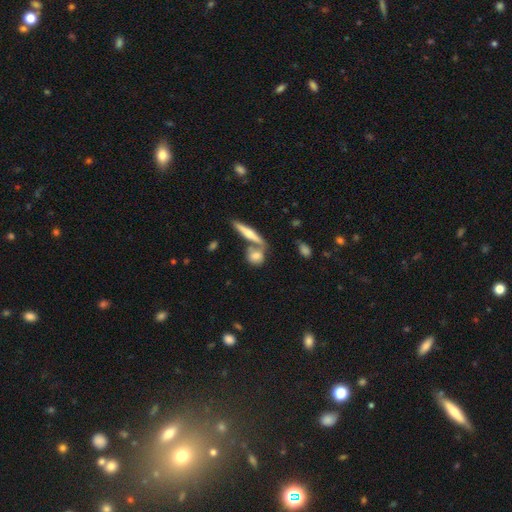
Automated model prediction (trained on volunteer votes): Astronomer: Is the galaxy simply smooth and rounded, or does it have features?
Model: smooth — 64%.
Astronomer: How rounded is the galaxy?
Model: round — 41% (runner-up: in between, 37%).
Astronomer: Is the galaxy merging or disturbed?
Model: none — 52% (runner-up: merger, 32%).